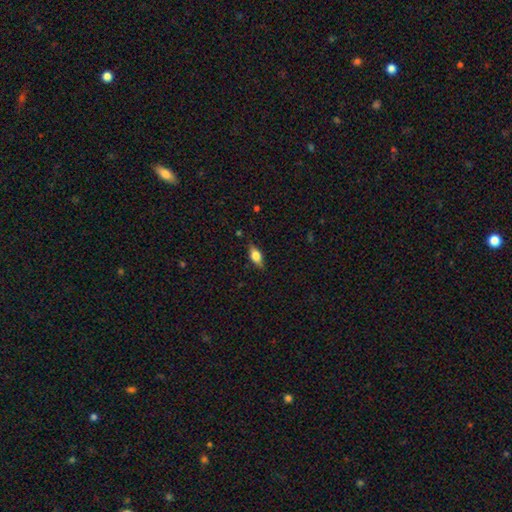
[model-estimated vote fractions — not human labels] Smooth or featured: smooth — 59% (featured or disk — 33%)
How rounded: in between — 77% (cigar-shaped — 18%)
Merging: none — 83% (minor disturbance — 13%)